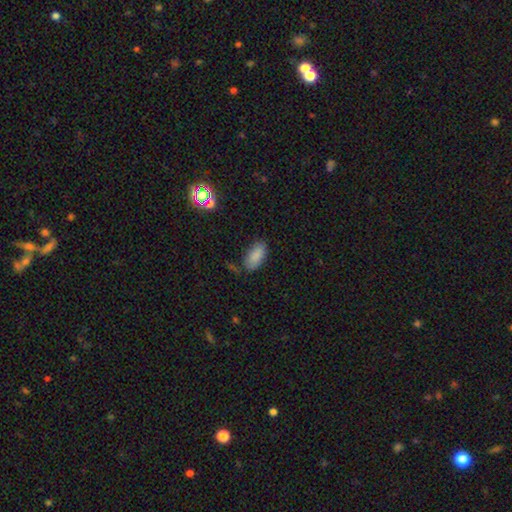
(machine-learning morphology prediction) This appears to be a smooth galaxy with no disk features (86%) that is in between round and cigar-shaped (92%). Merging: none (75%).